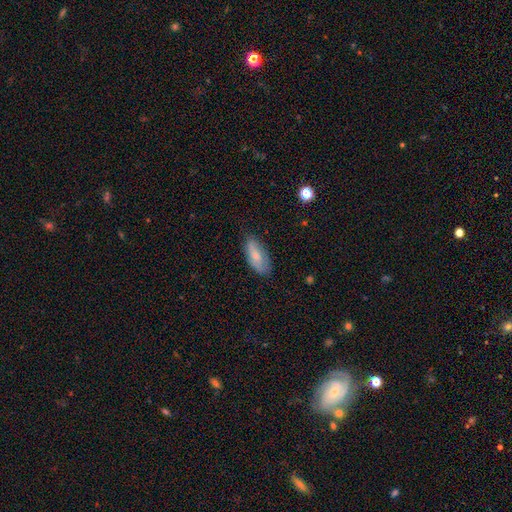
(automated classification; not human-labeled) Morphology: type=smooth (69%); roundness=in between (86%); merging=none (71%).